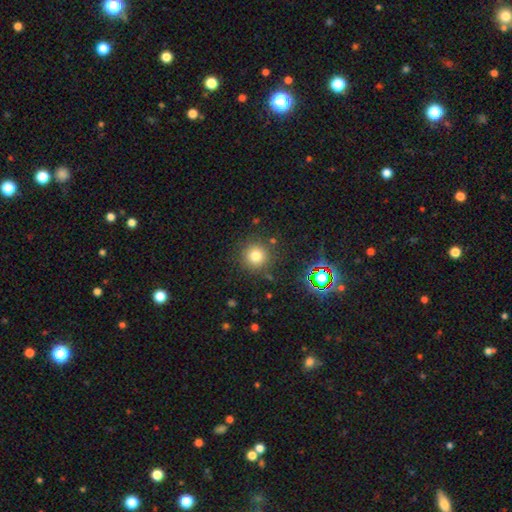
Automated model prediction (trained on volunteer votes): smooth 77%, star or artifact 16%, featured or disk 7%. Down the decision tree: how rounded — round (95%); merging — none (86%).